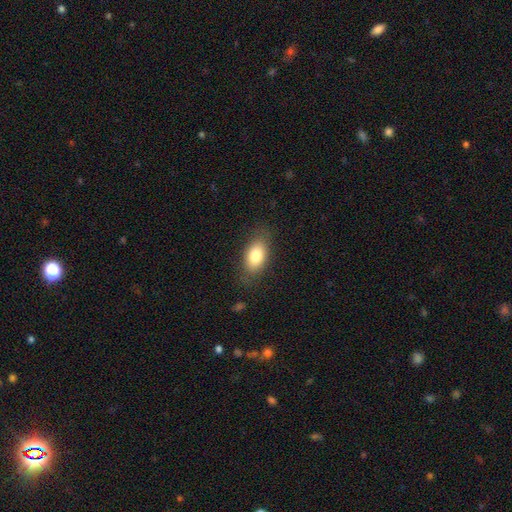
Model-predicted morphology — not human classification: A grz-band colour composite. It shows a smooth galaxy with no disk features (80%) that is in between round and cigar-shaped (89%). Merging: none (80%).